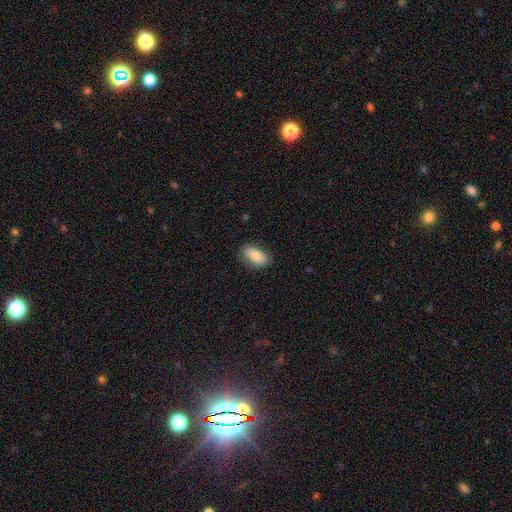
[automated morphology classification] This appears to be a smooth galaxy with no disk features (82%) that is in between round and cigar-shaped (92%). Merging: none (83%).